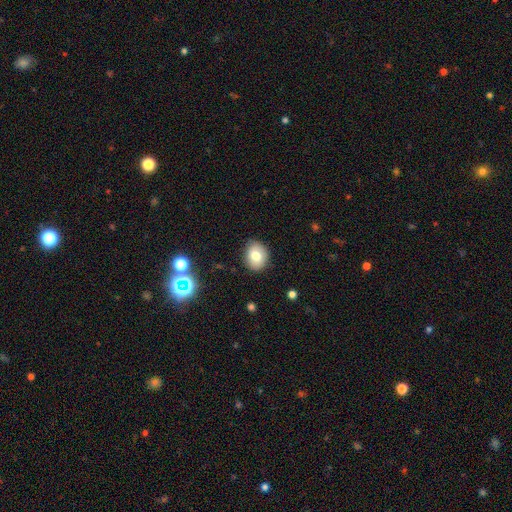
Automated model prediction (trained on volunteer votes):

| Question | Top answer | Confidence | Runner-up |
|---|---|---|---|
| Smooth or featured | smooth | 76% | featured or disk (13%) |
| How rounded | in between | 51% | round (48%) |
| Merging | none | 85% | minor disturbance (11%) |